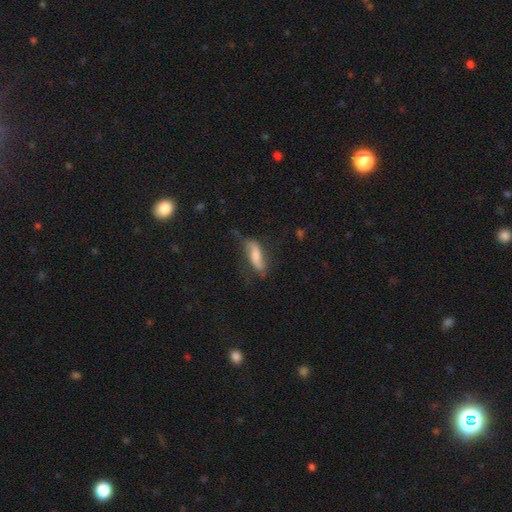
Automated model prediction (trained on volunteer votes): Smooth or featured? Predicted: smooth (p=0.53). How rounded? Predicted: in between (p=0.52). Merging? Predicted: none (p=0.49).